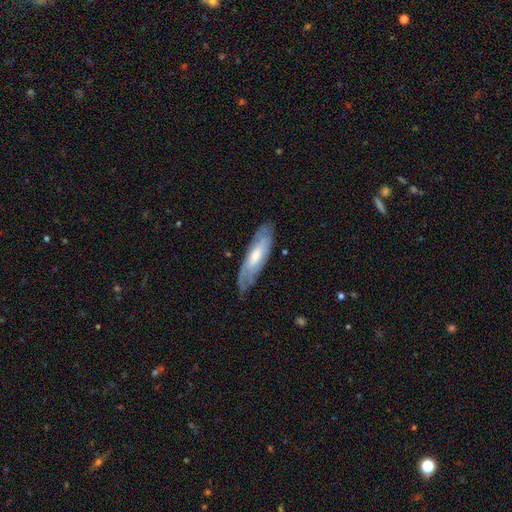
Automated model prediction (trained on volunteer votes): Morphology: type=featured or disk (59%); edge-on=no (66%); merging=none (72%).